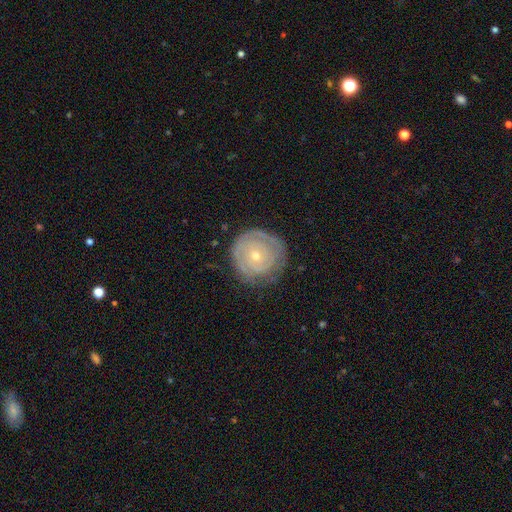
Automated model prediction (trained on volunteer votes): featured or disk 75%, smooth 20%, star or artifact 6%. Down the decision tree: edge-on disk — no (97%); bar — no (83%); spiral arms — yes (82%); spiral arm count — can't tell (45%); spiral winding — tight (83%); bulge size — small (66%); merging — none (76%).